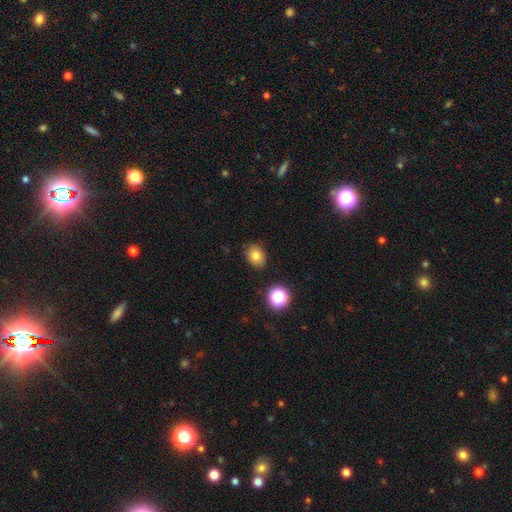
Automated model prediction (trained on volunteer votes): This is likely a smooth galaxy (80%). How rounded: likely in between (62%). Merging: clearly none (85%).